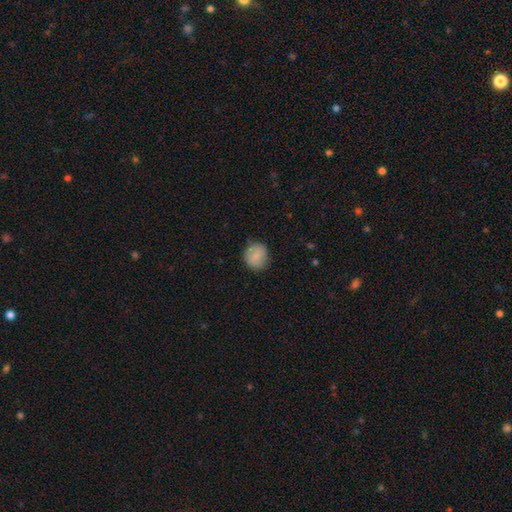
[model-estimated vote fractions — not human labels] Q: Smooth or featured?
A: smooth (84%); runner-up: featured or disk (9%)
Q: How rounded?
A: round (81%); runner-up: in between (18%)
Q: Merging?
A: none (83%); runner-up: minor disturbance (13%)